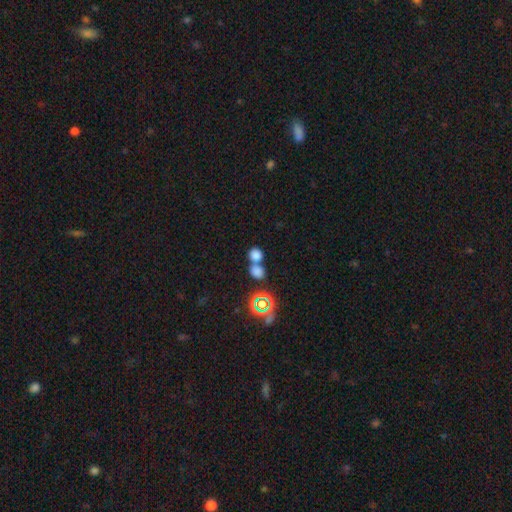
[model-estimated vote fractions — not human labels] smooth-or-featured: smooth: 75% | star or artifact: 16% | featured or disk: 9%
  how-rounded: round: 75% | in between: 24% | cigar-shaped: 1%
  merging: merger: 54% | none: 37% | minor disturbance: 6% | major disturbance: 3%